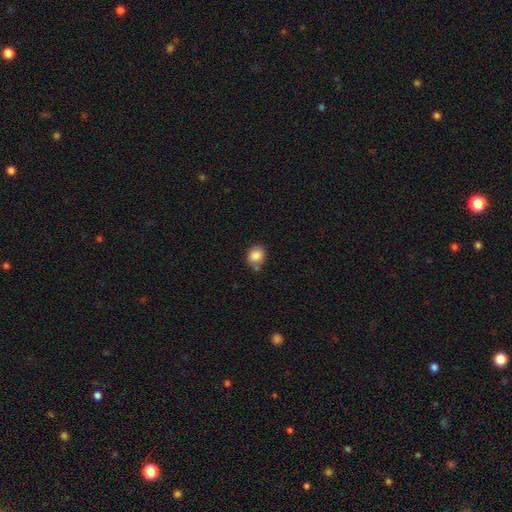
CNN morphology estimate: Q: Smooth or featured?
A: smooth (85%); runner-up: star or artifact (9%)
Q: How rounded?
A: round (63%); runner-up: in between (36%)
Q: Merging?
A: none (70%); runner-up: minor disturbance (18%)